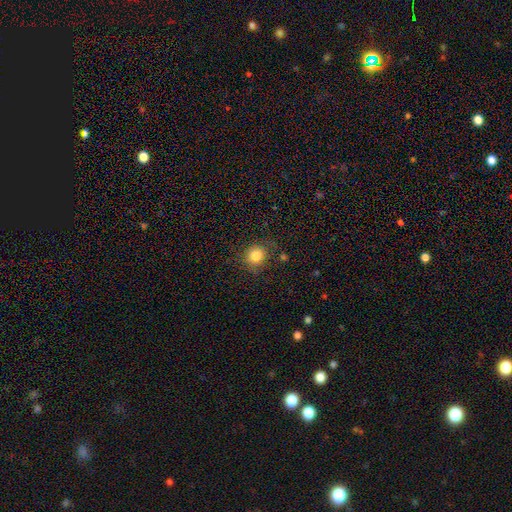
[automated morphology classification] Smooth or featured: smooth — 83% (star or artifact — 11%)
How rounded: round — 85% (in between — 14%)
Merging: none — 79% (minor disturbance — 14%)